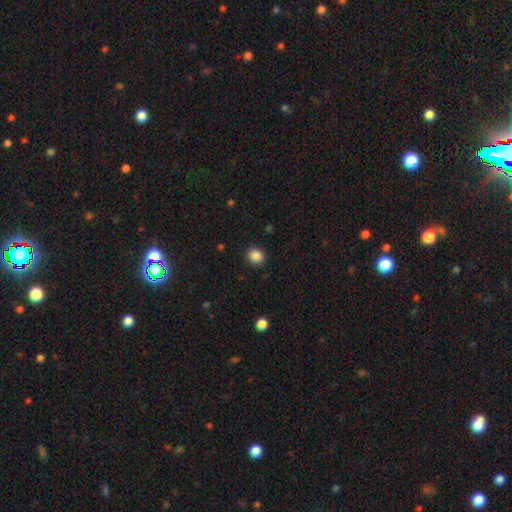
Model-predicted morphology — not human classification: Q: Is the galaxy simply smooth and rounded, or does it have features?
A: smooth — 87%.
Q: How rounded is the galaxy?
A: round — 79%.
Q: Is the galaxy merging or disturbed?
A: none — 90%.